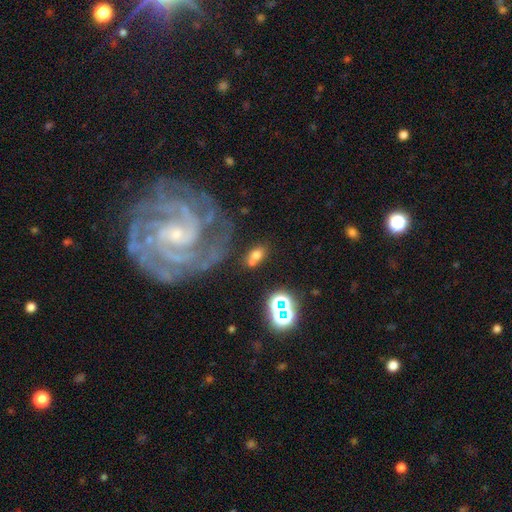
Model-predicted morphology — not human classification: Smooth or featured?
  - smooth: 63% *
  - featured or disk: 19%
  - star or artifact: 18%
How rounded?
  - in between: 83% *
  - round: 14%
  - cigar-shaped: 4%
Merging?
  - none: 44% *
  - merger: 29%
  - minor disturbance: 16%
  - major disturbance: 11%